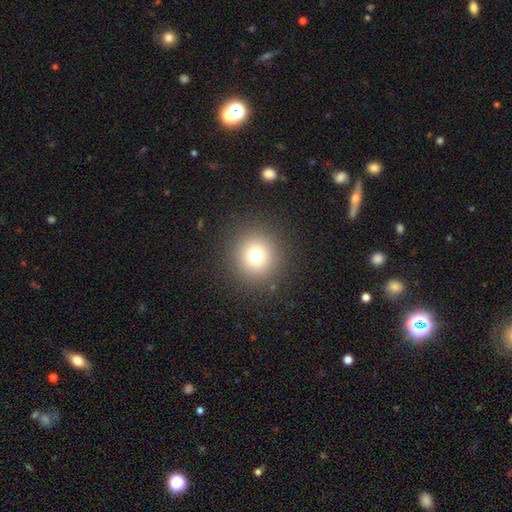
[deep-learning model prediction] Overall: smooth (77%). How rounded: round (93%). Merging: none (89%).